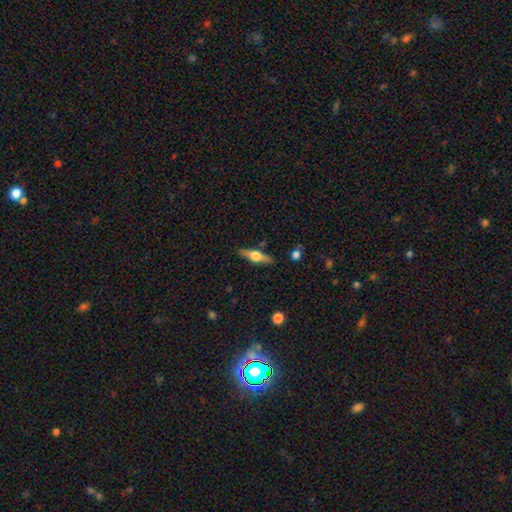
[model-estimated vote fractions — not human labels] smooth-or-featured: featured or disk: 57% | smooth: 37% | star or artifact: 6%
  disk-edge-on: yes: 94% | no: 6%
    edge-on-bulge: rounded: 93% | boxy: 5% | none: 2%
  merging: none: 86% | minor disturbance: 9% | major disturbance: 2% | merger: 2%